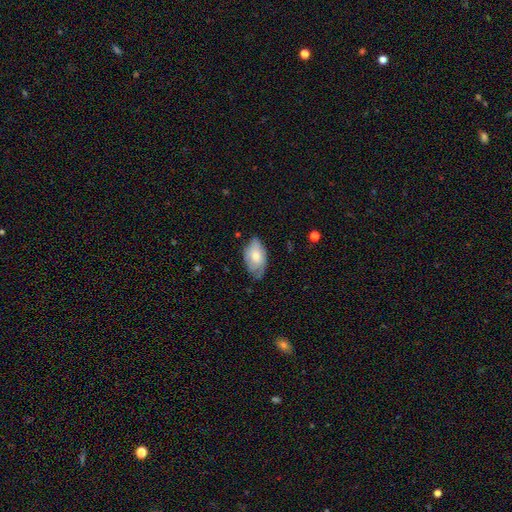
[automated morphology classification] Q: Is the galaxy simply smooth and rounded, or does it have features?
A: smooth — 66%.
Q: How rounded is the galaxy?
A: in between — 93%.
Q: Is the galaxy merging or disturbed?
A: none — 56%.